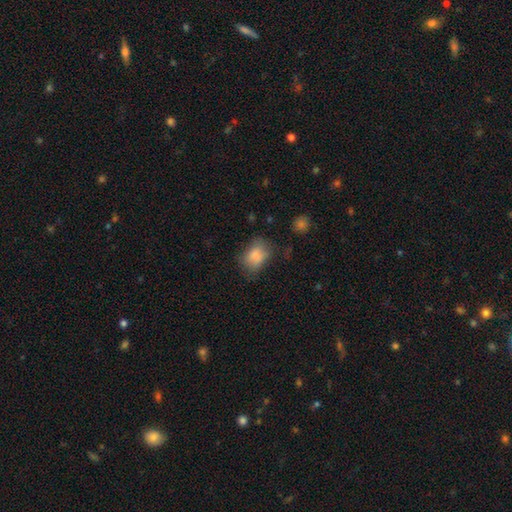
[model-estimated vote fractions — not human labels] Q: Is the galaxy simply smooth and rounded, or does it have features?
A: smooth — 81%.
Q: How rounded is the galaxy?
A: in between — 71%.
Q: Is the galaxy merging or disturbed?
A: none — 54%.